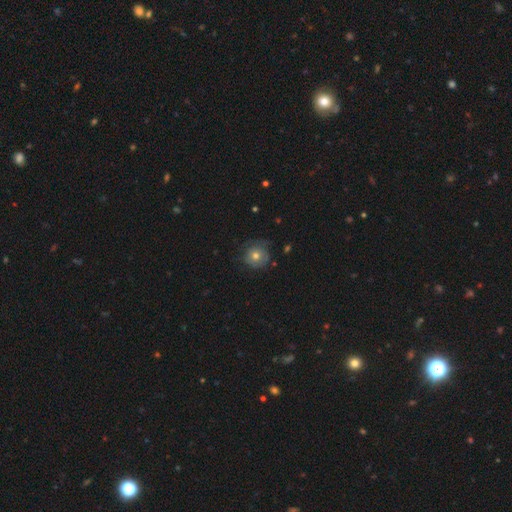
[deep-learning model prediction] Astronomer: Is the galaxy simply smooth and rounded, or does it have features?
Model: smooth — 64%.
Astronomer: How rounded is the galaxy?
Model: round — 92%.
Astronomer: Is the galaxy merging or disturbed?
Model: none — 67%.